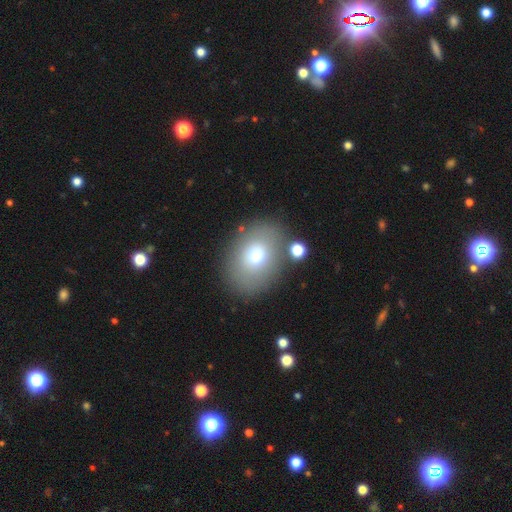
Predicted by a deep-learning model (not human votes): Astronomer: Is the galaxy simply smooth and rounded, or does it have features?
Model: smooth — 71%.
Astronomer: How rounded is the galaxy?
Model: in between — 70%.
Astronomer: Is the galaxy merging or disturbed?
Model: none — 79%.